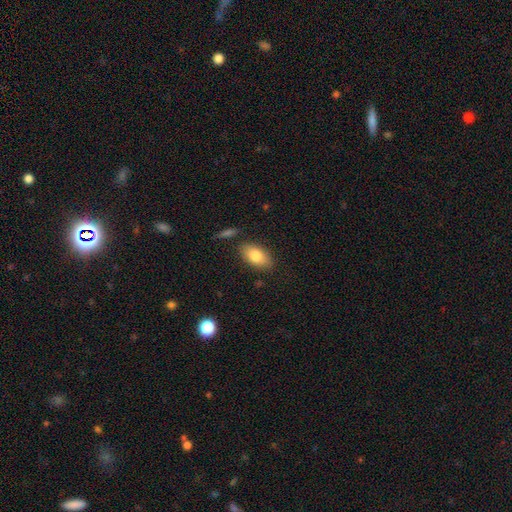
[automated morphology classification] This appears to be a smooth galaxy with no disk features (81%) that is in between round and cigar-shaped (92%). Merging: none (81%).